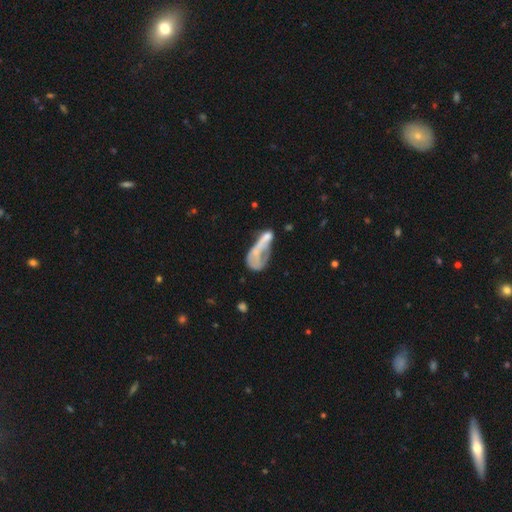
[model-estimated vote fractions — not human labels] smooth_or_featured: smooth (p=0.46) [alt: featured or disk p=0.43]
merging: major disturbance (p=0.43) [alt: merger p=0.28]